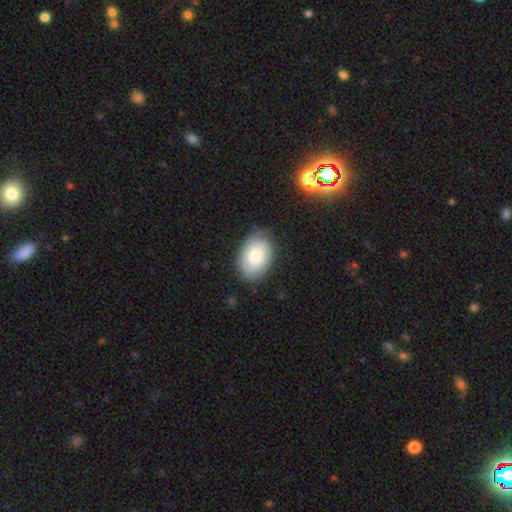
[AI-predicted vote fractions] This appears to be a smooth galaxy with no disk features (60%) that is in between round and cigar-shaped (82%). Merging: none (74%).